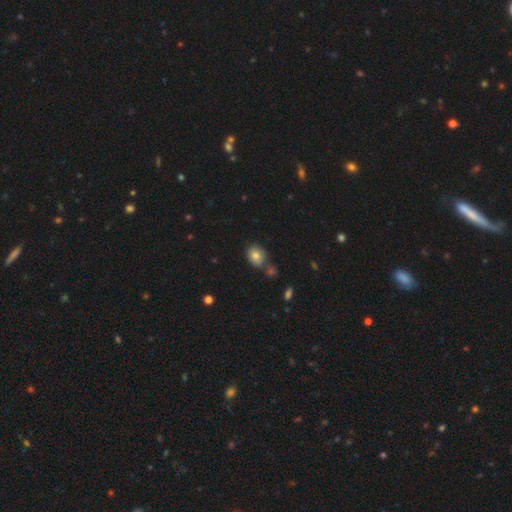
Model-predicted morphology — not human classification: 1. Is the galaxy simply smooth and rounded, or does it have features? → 80% smooth, 11% star or artifact, 9% featured or disk.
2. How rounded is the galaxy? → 51% in between, 48% round, 1% cigar-shaped.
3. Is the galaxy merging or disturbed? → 66% none, 17% merger, 14% minor disturbance, 4% major disturbance.